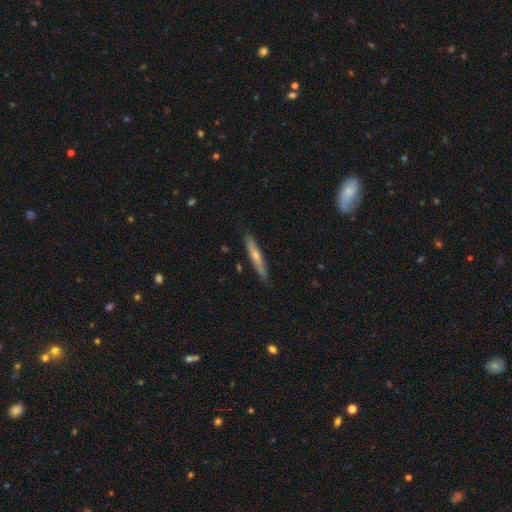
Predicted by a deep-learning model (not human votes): smooth 48%, featured or disk 47%, star or artifact 6%. Down the decision tree: merging — none (86%).